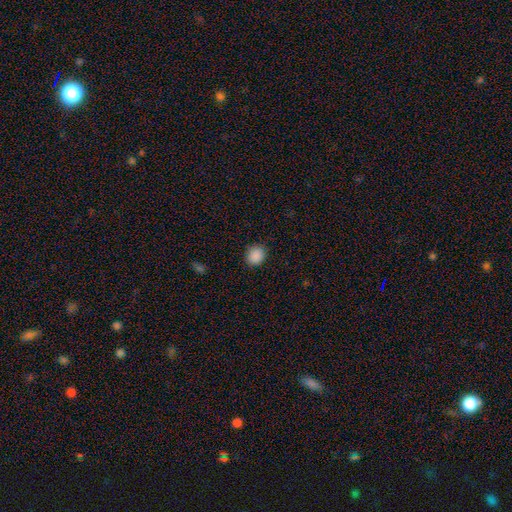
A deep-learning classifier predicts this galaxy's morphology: Smooth or featured? Predicted: smooth (p=0.89). How rounded? Predicted: round (p=0.74). Merging? Predicted: none (p=0.88).